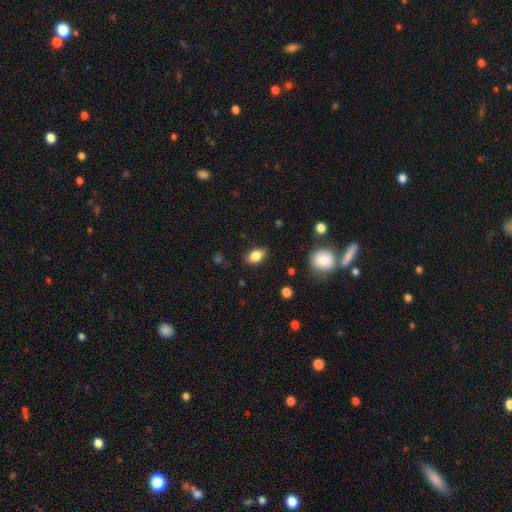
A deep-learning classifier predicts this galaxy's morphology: smooth-or-featured: smooth: 83% | star or artifact: 9% | featured or disk: 8%
  how-rounded: in between: 80% | round: 18% | cigar-shaped: 2%
  merging: none: 79% | minor disturbance: 16% | major disturbance: 3% | merger: 1%